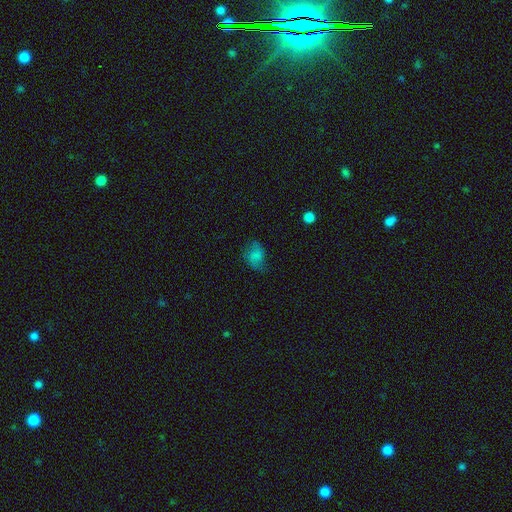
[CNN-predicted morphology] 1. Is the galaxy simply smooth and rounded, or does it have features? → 64% smooth, 23% featured or disk, 13% star or artifact.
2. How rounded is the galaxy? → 69% in between, 30% round, 2% cigar-shaped.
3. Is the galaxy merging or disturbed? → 58% none, 27% minor disturbance, 13% major disturbance, 2% merger.